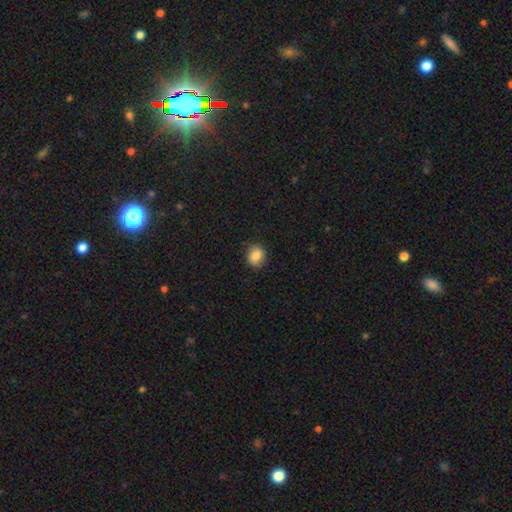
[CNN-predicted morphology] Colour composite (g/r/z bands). It shows a smooth galaxy with no disk features (85%) that is round (68%). Merging: none (86%).